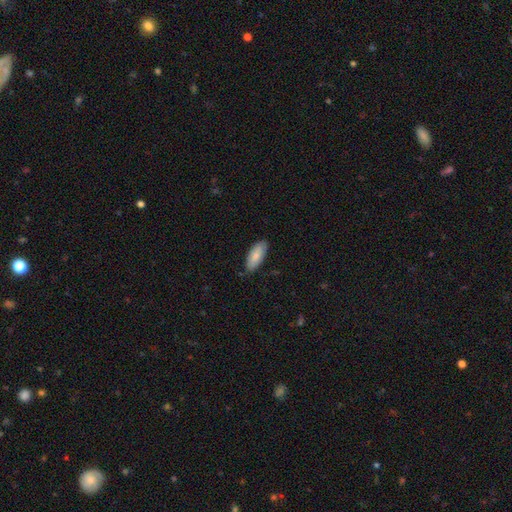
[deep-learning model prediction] This appears to be a smooth galaxy with no disk features (82%) that is in between round and cigar-shaped (85%). Merging: none (80%).